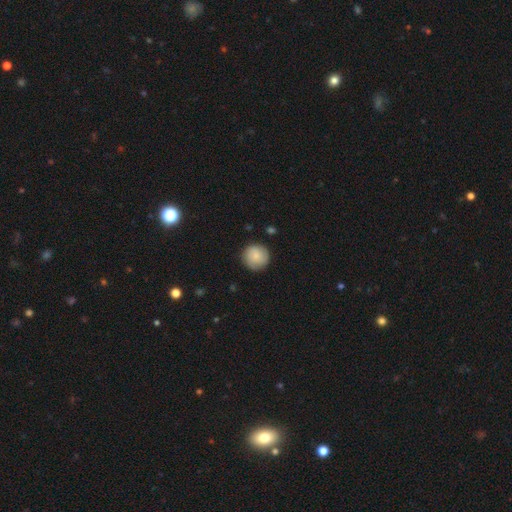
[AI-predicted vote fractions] Overall: smooth (83%). How rounded: round (94%). Merging: none (86%).